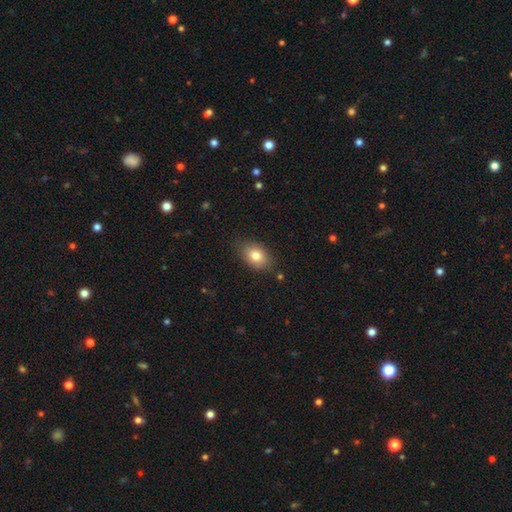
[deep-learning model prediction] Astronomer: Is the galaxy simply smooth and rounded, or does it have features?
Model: smooth — 81%.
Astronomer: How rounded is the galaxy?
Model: in between — 74%.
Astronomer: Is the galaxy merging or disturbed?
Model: none — 81%.